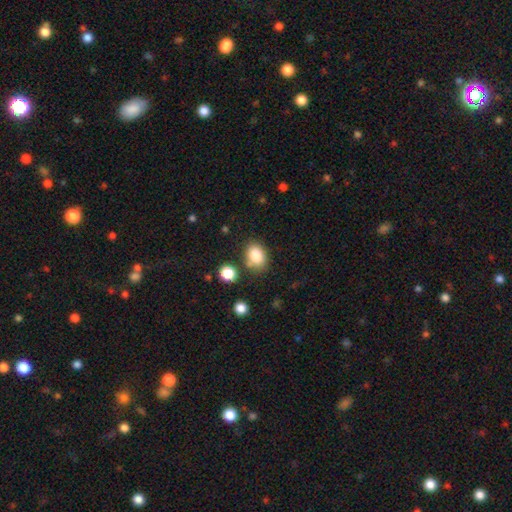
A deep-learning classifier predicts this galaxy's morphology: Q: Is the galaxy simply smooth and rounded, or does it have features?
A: smooth — 84%.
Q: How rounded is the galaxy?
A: in between — 73%.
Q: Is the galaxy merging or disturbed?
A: none — 70%.